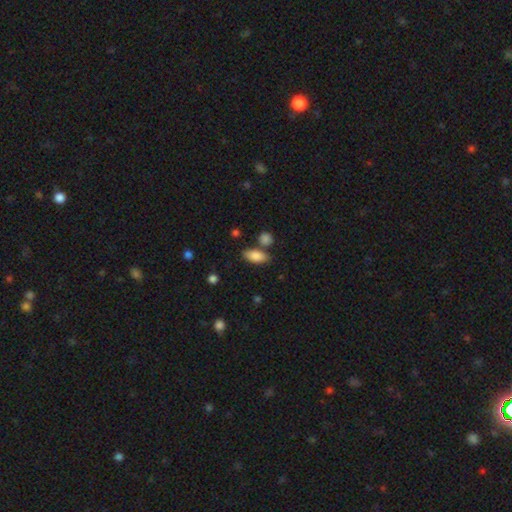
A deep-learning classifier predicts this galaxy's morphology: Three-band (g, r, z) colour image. It shows a smooth galaxy with no disk features (83%) that is in between round and cigar-shaped (86%). Merging: none (72%).